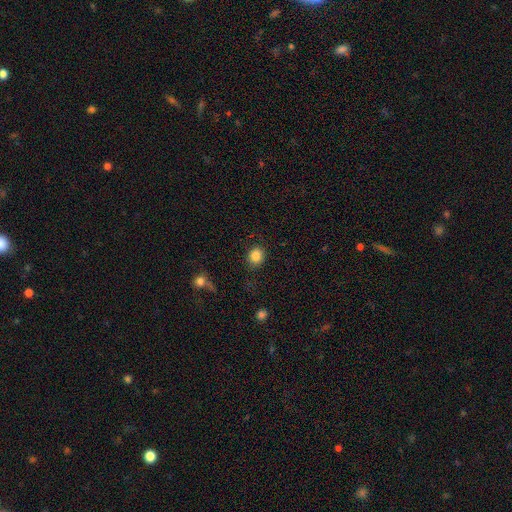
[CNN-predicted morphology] A smooth galaxy with no disk features (86%) that is round (71%). Merging: none (84%).